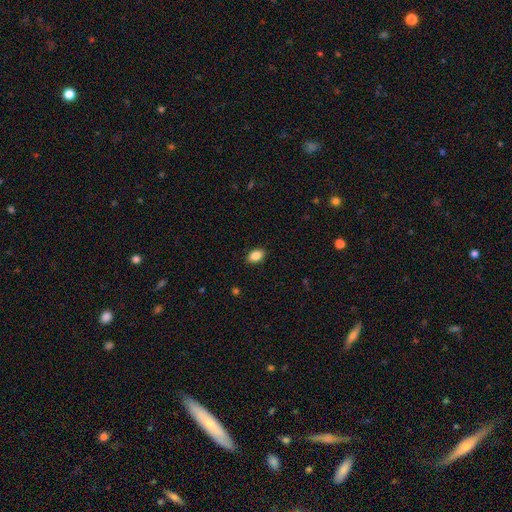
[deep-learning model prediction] Overall: smooth (87%). How rounded: in between (89%). Merging: none (89%).